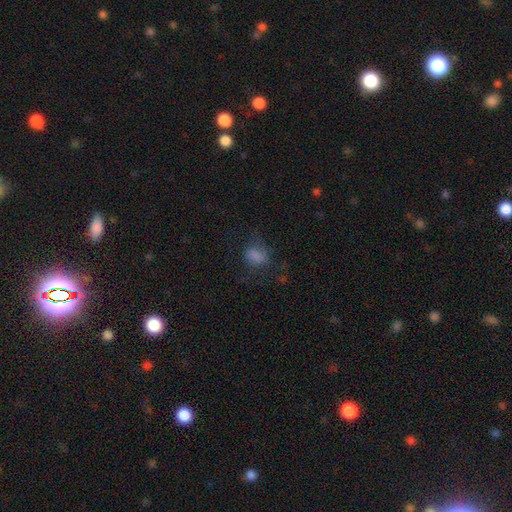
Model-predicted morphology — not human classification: This appears to be a smooth galaxy with no disk features (69%) that is in between round and cigar-shaped (71%). Merging: none (54%).